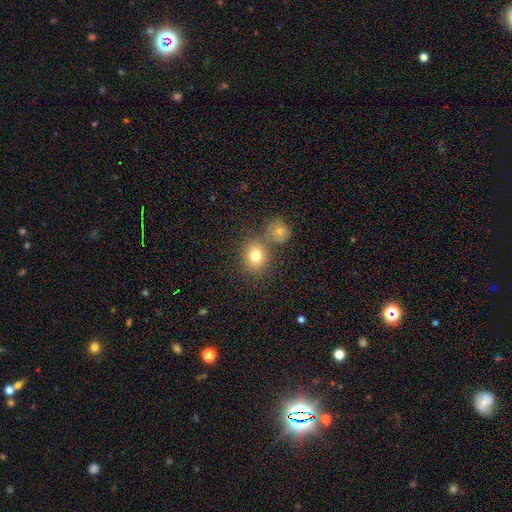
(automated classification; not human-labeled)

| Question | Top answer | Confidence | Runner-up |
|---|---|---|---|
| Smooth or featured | smooth | 79% | star or artifact (12%) |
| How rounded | round | 70% | in between (29%) |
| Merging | none | 63% | merger (22%) |